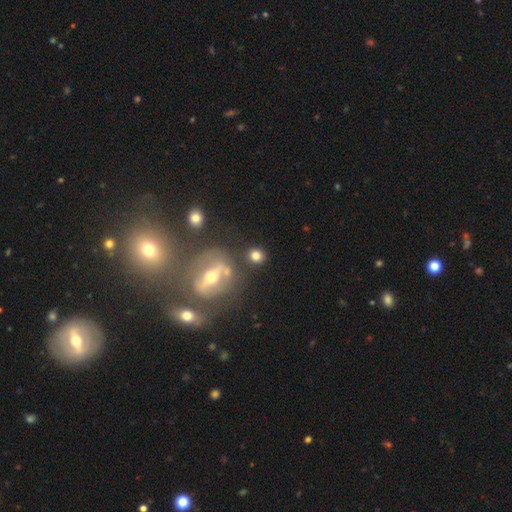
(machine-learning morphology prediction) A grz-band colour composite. It shows a smooth galaxy with no disk features (71%) that is round (81%). Merging: none (78%).